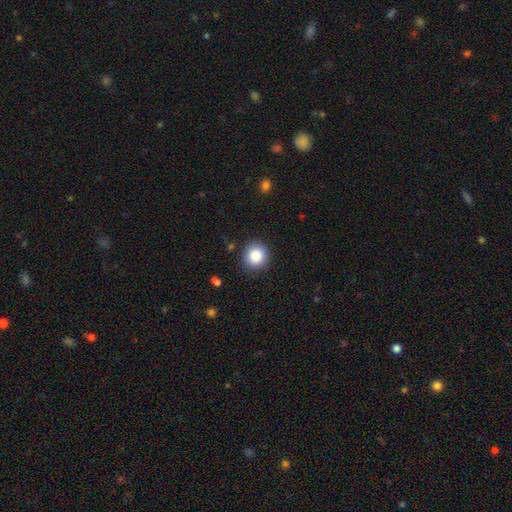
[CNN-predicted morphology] smooth_or_featured: smooth (p=0.86) [alt: star or artifact p=0.09]
how_rounded: round (p=0.88) [alt: in between p=0.11]
merging: none (p=0.88) [alt: minor disturbance p=0.08]